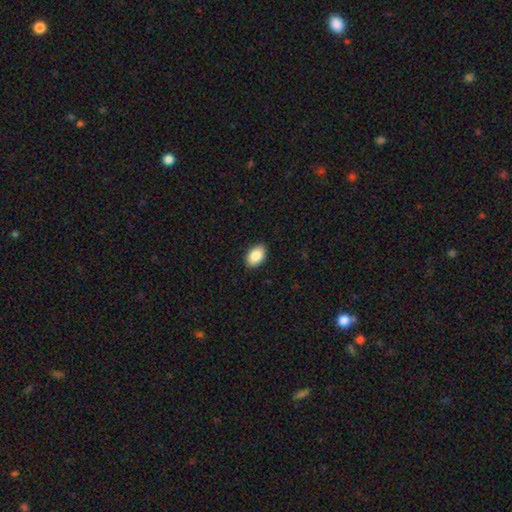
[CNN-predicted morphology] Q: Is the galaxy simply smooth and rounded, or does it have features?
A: smooth — 88%.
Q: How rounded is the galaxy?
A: in between — 89%.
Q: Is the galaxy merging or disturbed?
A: none — 89%.